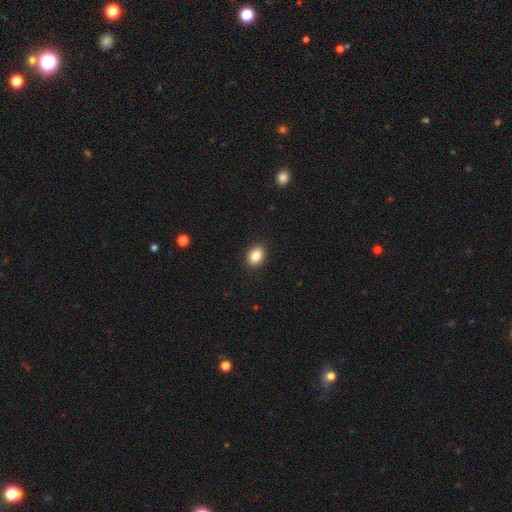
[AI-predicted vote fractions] A smooth galaxy with no disk features (86%) that is in between round and cigar-shaped (63%).

Vote fractions:
- Smooth or featured? smooth: 86% / star or artifact: 9% / featured or disk: 5%
- How rounded? in between: 63% / round: 36% / cigar-shaped: 1%
- Merging? none: 91% / minor disturbance: 6% / major disturbance: 2% / merger: 1%